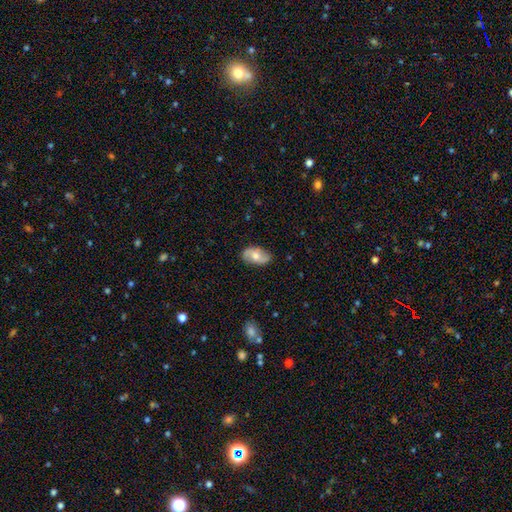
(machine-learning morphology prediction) smooth_or_featured: featured or disk (p=0.56) [alt: smooth p=0.37]
disk_edge_on: no (p=0.94) [alt: yes p=0.06]
bar: no (p=0.61) [alt: weak p=0.32]
has_spiral_arms: yes (p=0.84) [alt: no p=0.16]
bulge_size: moderate (p=0.67) [alt: small p=0.24]
merging: none (p=0.82) [alt: minor disturbance p=0.14]